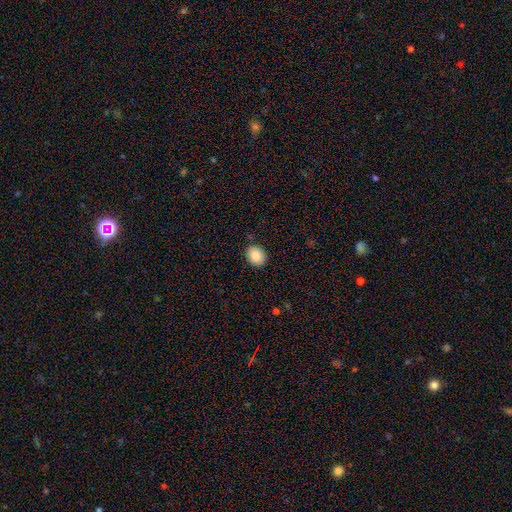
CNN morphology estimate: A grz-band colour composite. It shows a smooth galaxy with no disk features (87%) that is in between round and cigar-shaped (50%). Merging: none (88%).